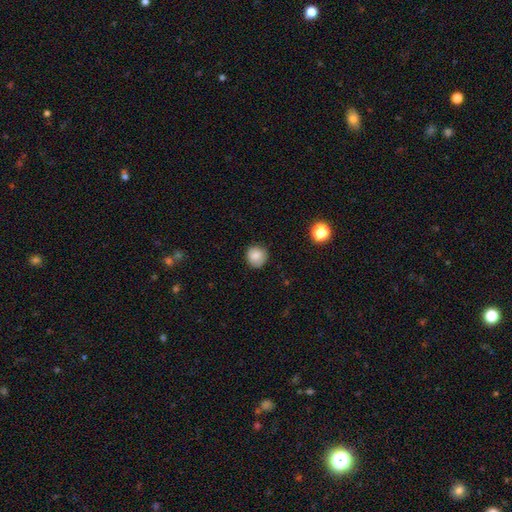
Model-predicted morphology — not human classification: Smooth or featured? Predicted: smooth (p=0.84). How rounded? Predicted: round (p=0.91). Merging? Predicted: none (p=0.85).